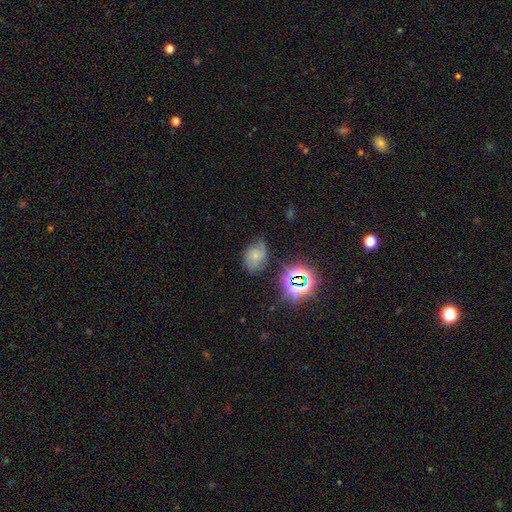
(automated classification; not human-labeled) Overall: smooth (43%; featured or disk 33%). Merging: none (57%; minor disturbance 30%).